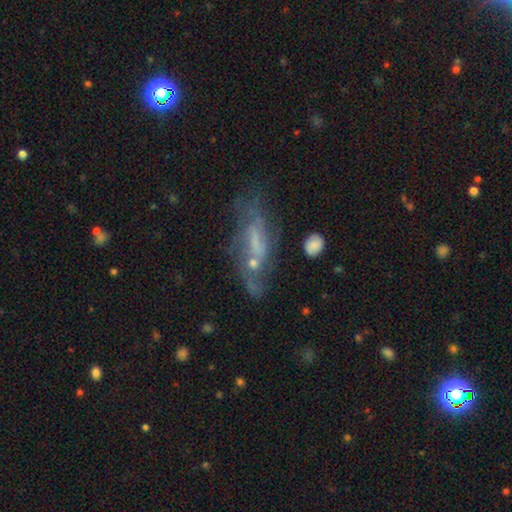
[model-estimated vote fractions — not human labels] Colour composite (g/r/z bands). It shows a featured or disk galaxy (58%). Merging: none (43%).